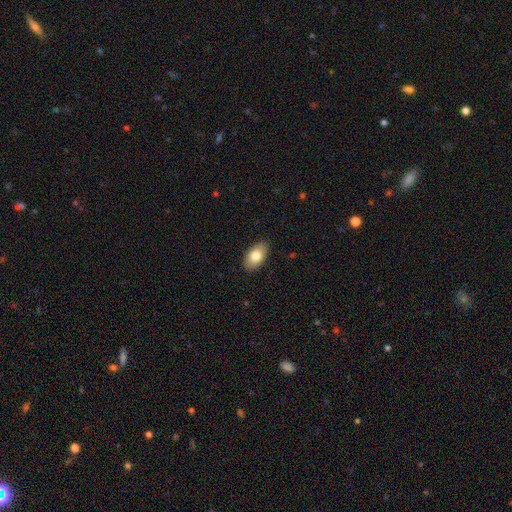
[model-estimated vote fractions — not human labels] Overall: smooth (79%). How rounded: in between (94%). Merging: none (88%).